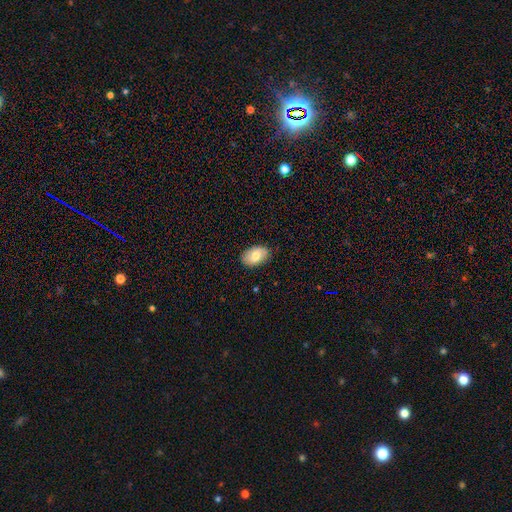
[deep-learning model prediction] A smooth galaxy with no disk features (75%) that is in between round and cigar-shaped (90%).

Vote fractions:
- Smooth or featured? smooth: 75% / featured or disk: 18% / star or artifact: 7%
- How rounded? in between: 90% / round: 9% / cigar-shaped: 1%
- Merging? none: 85% / minor disturbance: 12% / major disturbance: 2% / merger: 1%